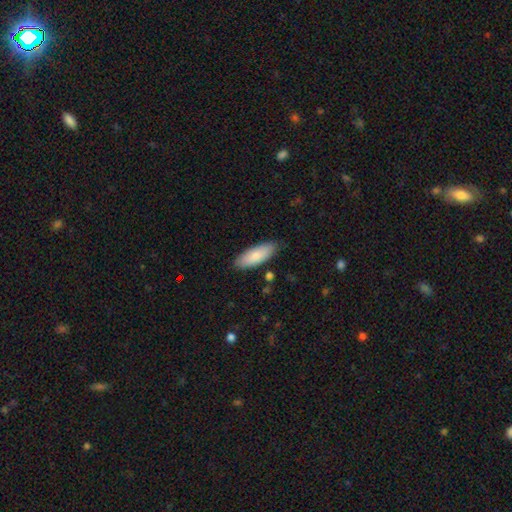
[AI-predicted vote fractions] This appears to be a smooth galaxy with no disk features (83%) that is in between round and cigar-shaped (74%). Merging: none (84%).